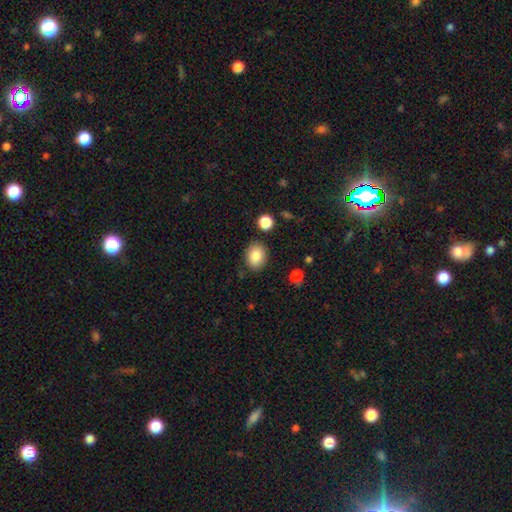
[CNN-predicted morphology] Smooth or featured: smooth — 84% (star or artifact — 9%)
How rounded: in between — 51% (round — 48%)
Merging: none — 85% (minor disturbance — 10%)